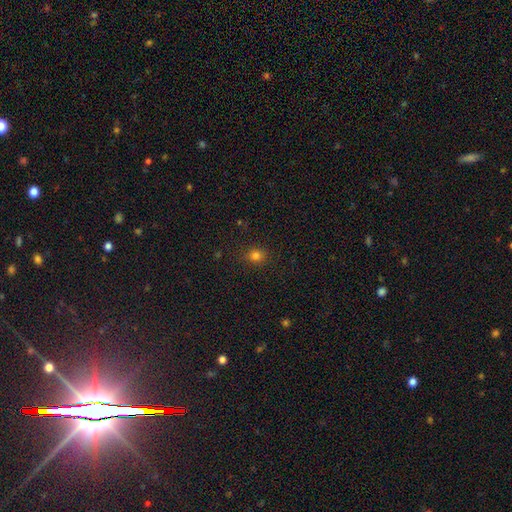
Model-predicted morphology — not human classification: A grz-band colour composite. It shows a smooth galaxy with no disk features (79%) that is round (77%). Merging: none (87%).